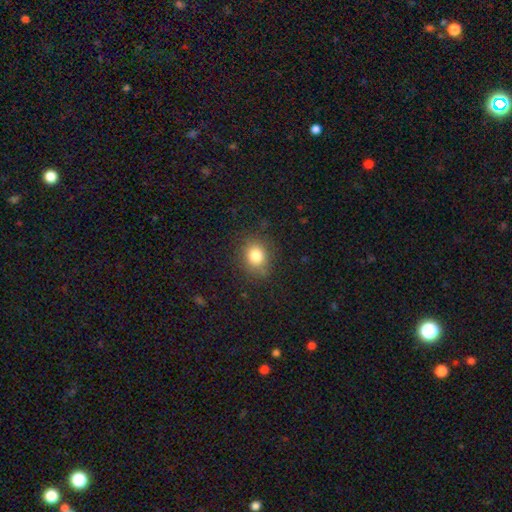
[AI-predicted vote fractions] smooth 82%, star or artifact 11%, featured or disk 7%. Down the decision tree: how rounded — round (63%); merging — none (84%).